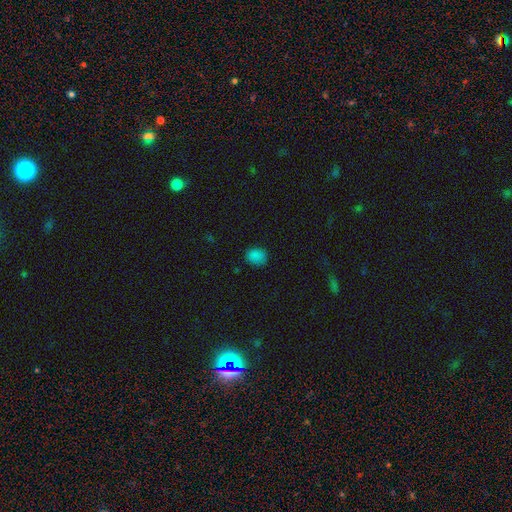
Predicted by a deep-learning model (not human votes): smooth_or_featured: smooth (p=0.80) [alt: star or artifact p=0.16]
how_rounded: in between (p=0.52) [alt: round p=0.47]
merging: none (p=0.80) [alt: minor disturbance p=0.15]